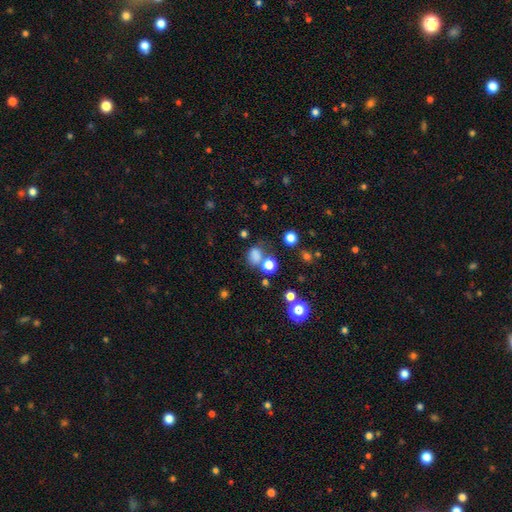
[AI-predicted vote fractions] This is likely a smooth galaxy (74%). How rounded: possibly round (52%). Merging: possibly none (57%).